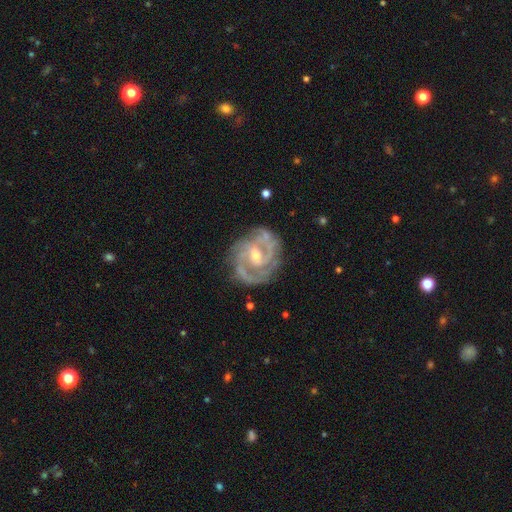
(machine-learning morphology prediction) featured or disk 91%, star or artifact 5%, smooth 4%. Down the decision tree: edge-on disk — no (98%); bar — weak (48%); spiral arms — yes (97%); spiral arm count — 2 (47%); spiral winding — tight (54%); bulge size — small (50%); merging — none (73%).